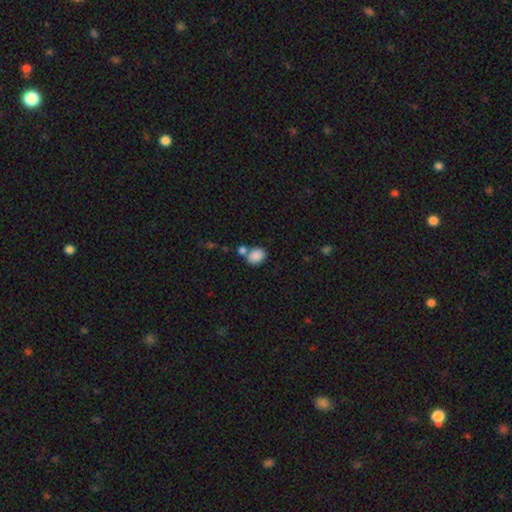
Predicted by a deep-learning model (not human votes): Morphology: type=smooth (87%); roundness=in between (62%); merging=none (55%).